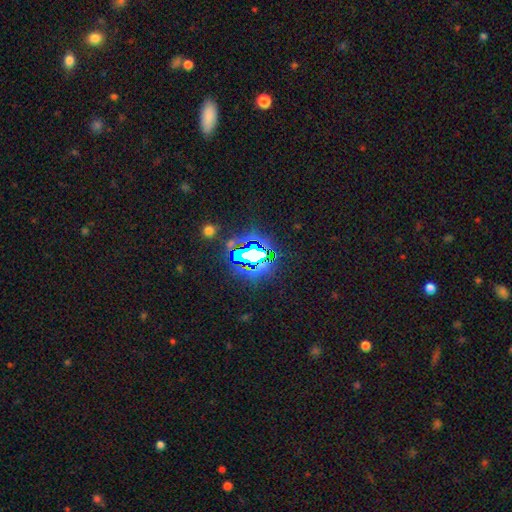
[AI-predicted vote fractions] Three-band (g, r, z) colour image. It shows a star or artifact, not a galaxy (70%).